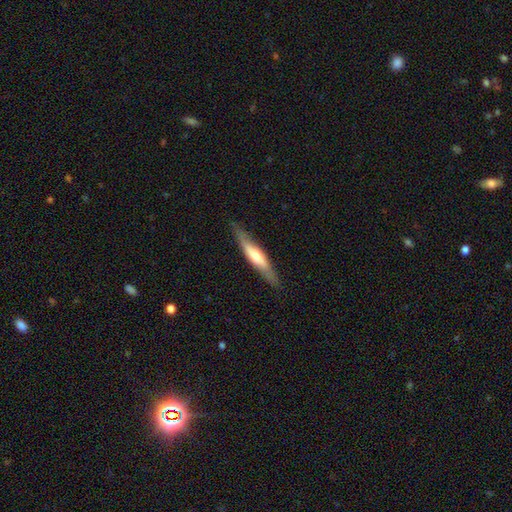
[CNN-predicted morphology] Smooth or featured? Predicted: featured or disk (p=0.52). Edge-on disk? Predicted: yes (p=0.88). Merging? Predicted: none (p=0.84).